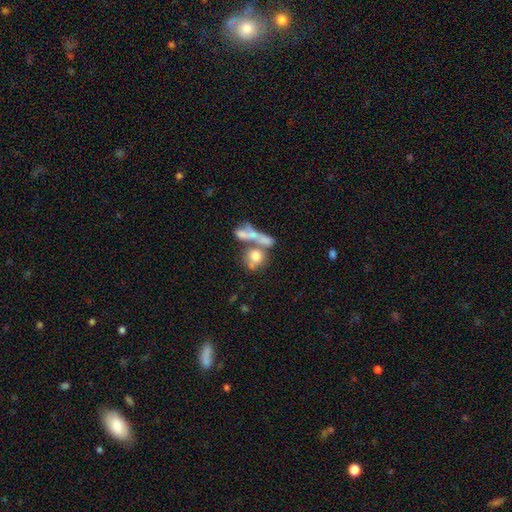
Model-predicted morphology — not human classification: smooth-or-featured: smooth: 60% | featured or disk: 28% | star or artifact: 12%
  how-rounded: round: 53% | in between: 40% | cigar-shaped: 7%
  merging: merger: 54% | none: 25% | major disturbance: 12% | minor disturbance: 9%